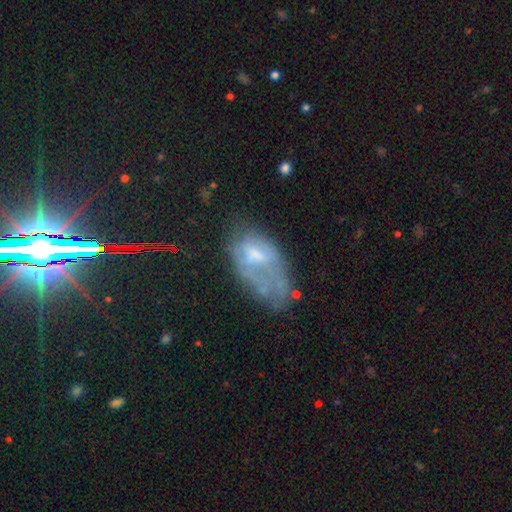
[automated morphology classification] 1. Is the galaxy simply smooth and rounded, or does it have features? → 47% featured or disk, 42% smooth, 12% star or artifact.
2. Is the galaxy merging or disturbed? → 37% major disturbance, 28% none, 27% minor disturbance, 8% merger.